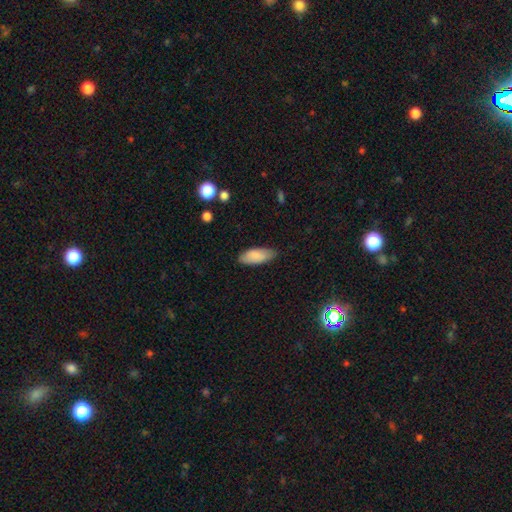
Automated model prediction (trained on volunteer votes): smooth-or-featured: smooth: 86% | featured or disk: 8% | star or artifact: 6%
  how-rounded: in between: 83% | cigar-shaped: 15% | round: 2%
  merging: none: 80% | minor disturbance: 17% | major disturbance: 3% | merger: 1%